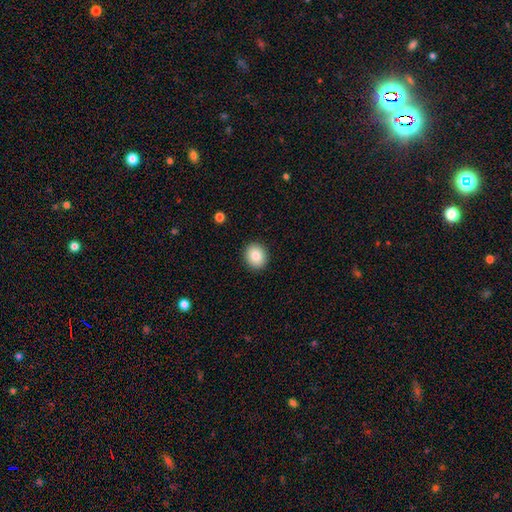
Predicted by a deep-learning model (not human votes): A smooth galaxy with no disk features (86%) that is round (67%).

Vote fractions:
- Smooth or featured? smooth: 86% / star or artifact: 8% / featured or disk: 6%
- How rounded? round: 67% / in between: 32% / cigar-shaped: 1%
- Merging? none: 91% / minor disturbance: 6% / major disturbance: 2% / merger: 1%